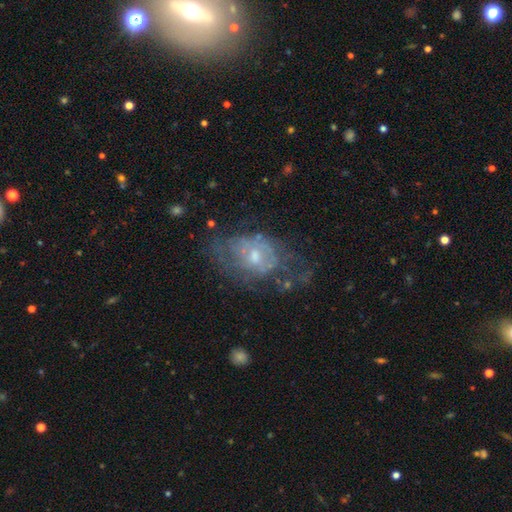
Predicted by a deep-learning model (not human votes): This is likely a featured or disk galaxy (69%). It is clearly not viewed edge-on (96%). Bar: likely no (72%). Spiral arm pattern: possibly yes (53%). Central bulge: possibly moderate (54%). Merging: possibly none (45%).